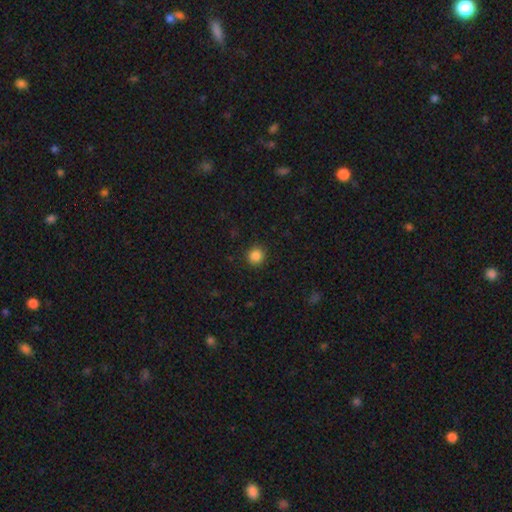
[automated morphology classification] This appears to be a smooth galaxy with no disk features (86%) that is round (92%). Merging: none (91%).